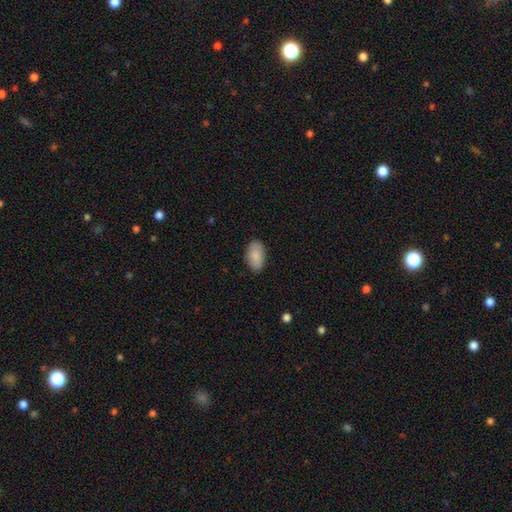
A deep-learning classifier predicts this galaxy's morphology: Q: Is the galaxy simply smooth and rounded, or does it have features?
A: smooth — 88%.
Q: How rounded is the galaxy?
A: in between — 93%.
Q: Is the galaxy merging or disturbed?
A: none — 85%.